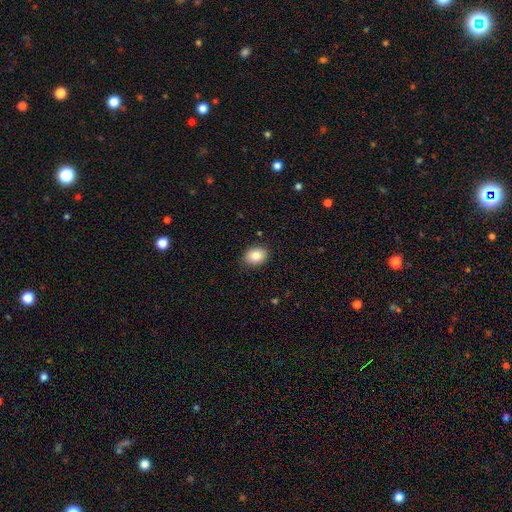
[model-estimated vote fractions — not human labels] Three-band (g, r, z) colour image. It shows a smooth galaxy with no disk features (84%) that is in between round and cigar-shaped (62%). Merging: none (85%).